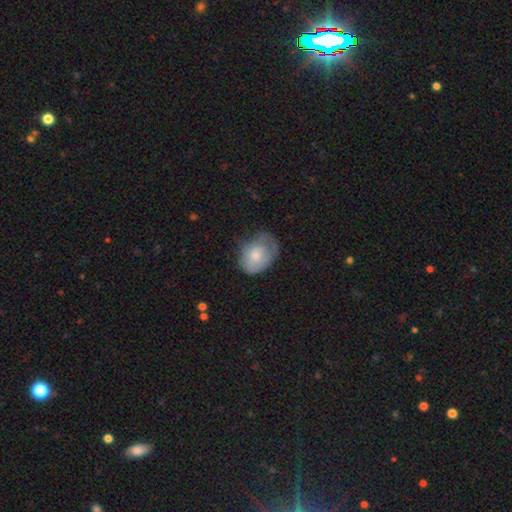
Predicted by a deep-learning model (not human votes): smooth 68%, featured or disk 25%, star or artifact 7%. Down the decision tree: how rounded — in between (71%); merging — none (39%).